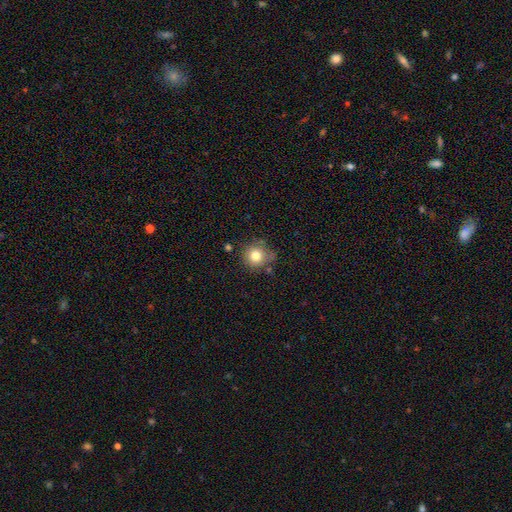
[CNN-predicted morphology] This appears to be a smooth galaxy with no disk features (79%) that is round (92%). Merging: none (75%).